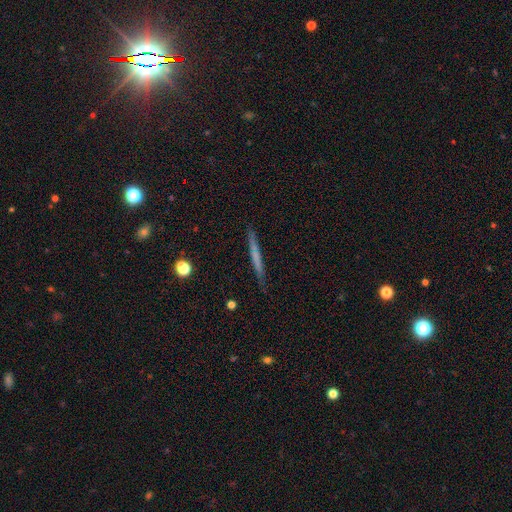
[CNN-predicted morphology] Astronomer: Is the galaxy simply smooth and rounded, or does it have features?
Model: smooth — 50% (runner-up: featured or disk, 43%).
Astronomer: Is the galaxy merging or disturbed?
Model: none — 87%.